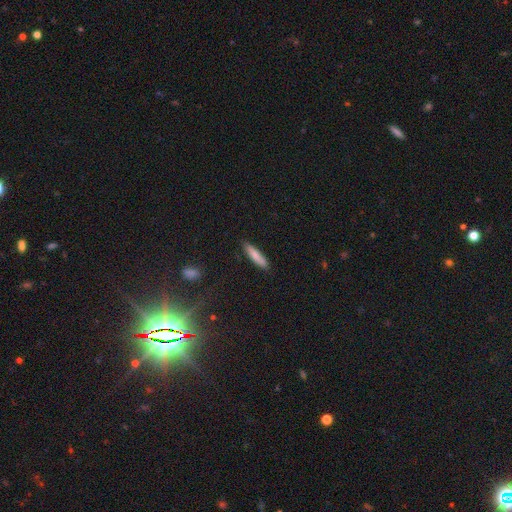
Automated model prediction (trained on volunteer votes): A smooth galaxy with no disk features (80%) that is cigar-shaped (83%).

Vote fractions:
- Smooth or featured? smooth: 80% / featured or disk: 14% / star or artifact: 6%
- How rounded? cigar-shaped: 83% / in between: 16% / round: 1%
- Merging? none: 88% / minor disturbance: 9% / major disturbance: 2% / merger: 1%